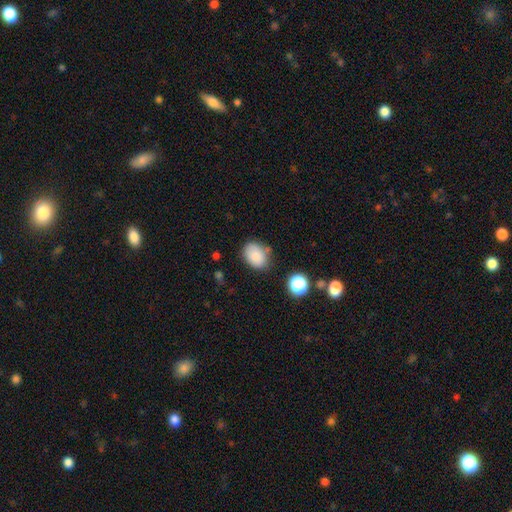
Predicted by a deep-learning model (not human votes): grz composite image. It shows a smooth galaxy with no disk features (84%) that is in between round and cigar-shaped (70%). Merging: none (70%).